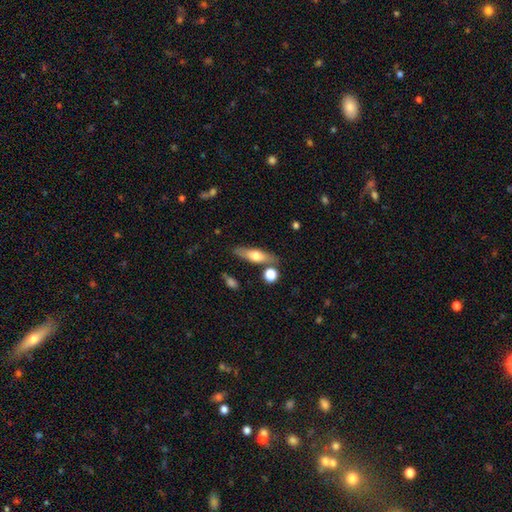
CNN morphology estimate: Smooth or featured: smooth — 56% (featured or disk — 38%)
How rounded: cigar-shaped — 55% (in between — 41%)
Merging: none — 77% (minor disturbance — 12%)